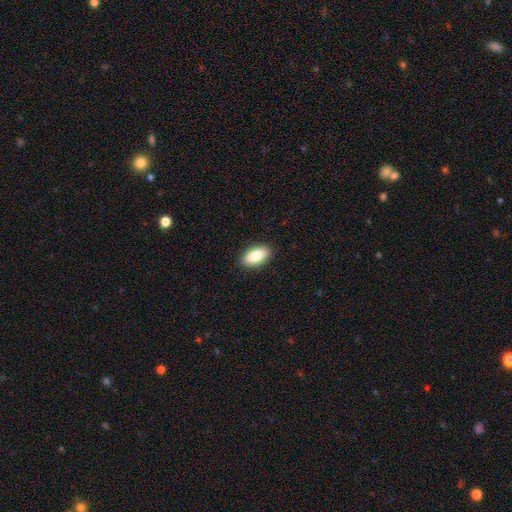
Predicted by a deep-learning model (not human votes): Overall: smooth (83%). How rounded: in between (92%). Merging: none (90%).